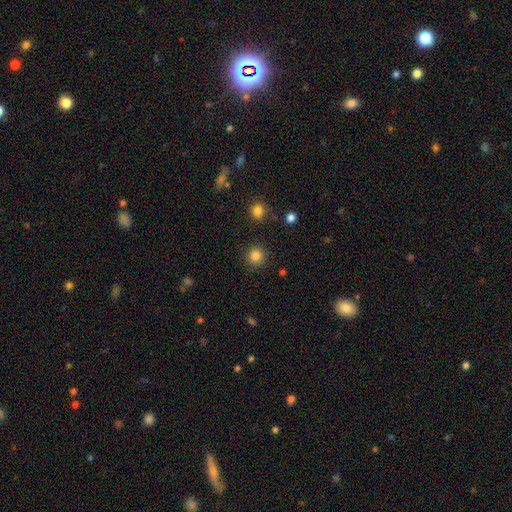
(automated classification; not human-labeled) A smooth galaxy with no disk features (84%) that is round (95%).

Vote fractions:
- Smooth or featured? smooth: 84% / star or artifact: 11% / featured or disk: 4%
- How rounded? round: 95% / in between: 4% / cigar-shaped: 1%
- Merging? none: 91% / minor disturbance: 5% / major disturbance: 2% / merger: 1%